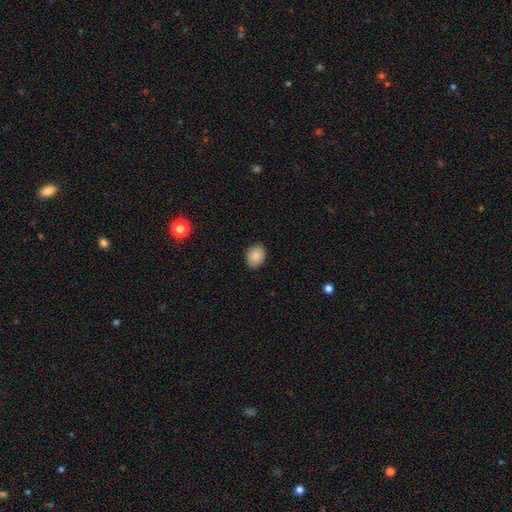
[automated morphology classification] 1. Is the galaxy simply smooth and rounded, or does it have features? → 86% smooth, 8% star or artifact, 6% featured or disk.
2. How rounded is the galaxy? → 56% in between, 44% round, 1% cigar-shaped.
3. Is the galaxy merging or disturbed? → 88% none, 9% minor disturbance, 2% major disturbance, 1% merger.